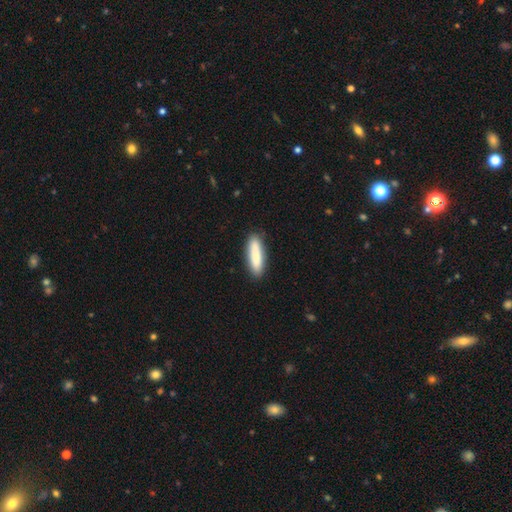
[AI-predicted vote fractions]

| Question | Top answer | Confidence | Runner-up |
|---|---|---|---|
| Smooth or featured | smooth | 85% | featured or disk (10%) |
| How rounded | cigar-shaped | 67% | in between (31%) |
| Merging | none | 87% | minor disturbance (10%) |